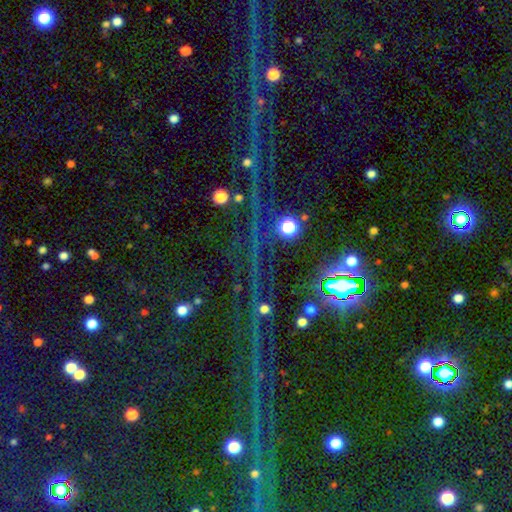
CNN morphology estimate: type=star or artifact (81%).